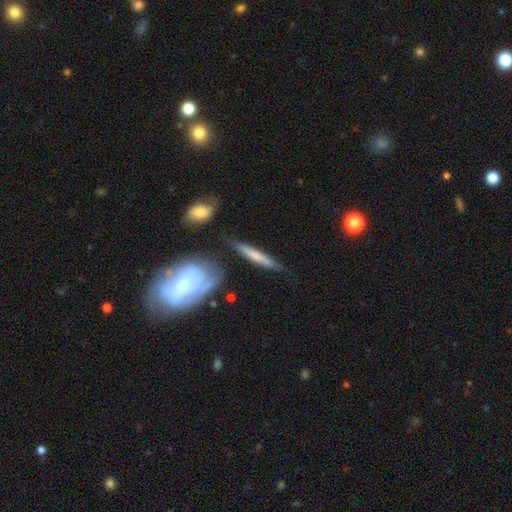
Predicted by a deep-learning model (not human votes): Smooth or featured: smooth — 51% (featured or disk — 43%)
How rounded: cigar-shaped — 90% (in between — 7%)
Merging: none — 69% (minor disturbance — 19%)